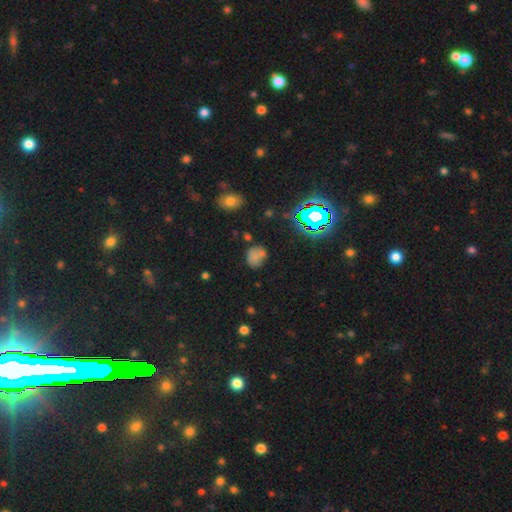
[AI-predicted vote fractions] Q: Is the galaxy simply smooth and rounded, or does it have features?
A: smooth — 64%.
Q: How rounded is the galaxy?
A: round — 60%.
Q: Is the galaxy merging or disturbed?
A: none — 57%.